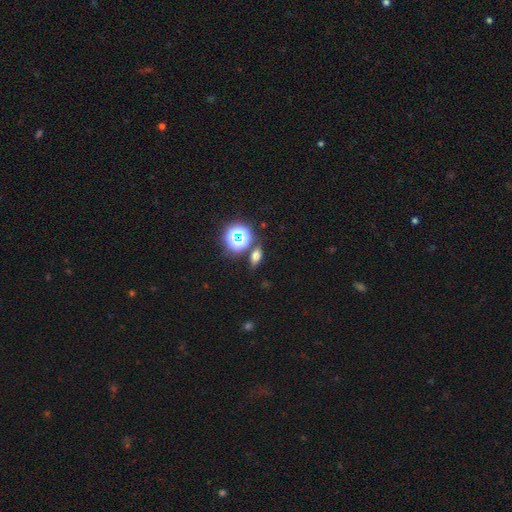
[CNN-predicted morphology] A smooth galaxy with no disk features (59%) that is in between round and cigar-shaped (69%).

Vote fractions:
- Smooth or featured? smooth: 59% / star or artifact: 27% / featured or disk: 15%
- How rounded? in between: 69% / round: 19% / cigar-shaped: 12%
- Merging? none: 79% / minor disturbance: 11% / merger: 6% / major disturbance: 4%